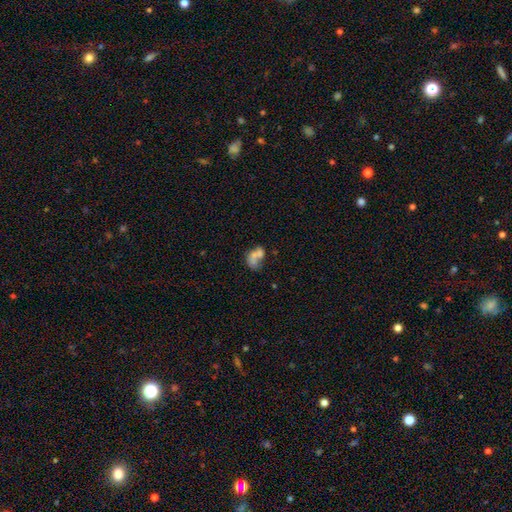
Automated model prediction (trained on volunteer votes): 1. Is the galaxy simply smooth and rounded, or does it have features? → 56% smooth, 31% featured or disk, 12% star or artifact.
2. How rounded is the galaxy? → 73% in between, 25% round, 2% cigar-shaped.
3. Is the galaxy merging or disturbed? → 57% merger, 19% none, 14% major disturbance, 10% minor disturbance.